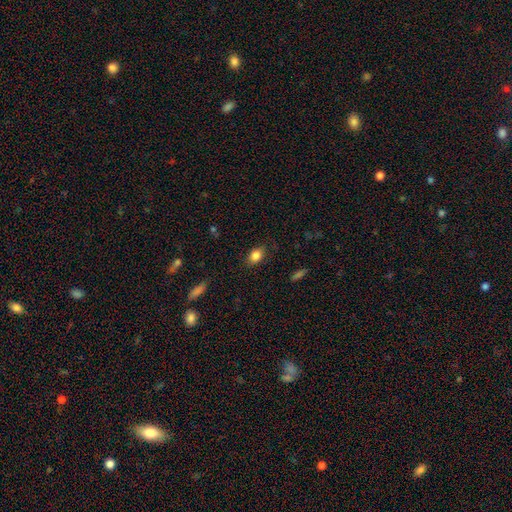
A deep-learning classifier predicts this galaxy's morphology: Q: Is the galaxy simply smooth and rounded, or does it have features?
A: smooth — 84%.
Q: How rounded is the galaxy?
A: in between — 81%.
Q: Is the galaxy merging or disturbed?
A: none — 81%.